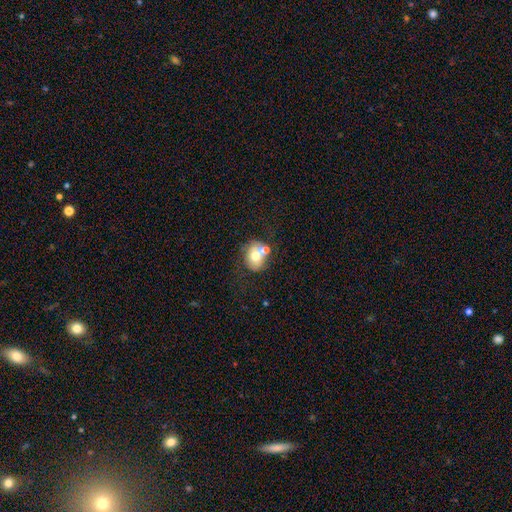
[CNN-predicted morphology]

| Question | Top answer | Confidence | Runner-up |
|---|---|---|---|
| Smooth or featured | smooth | 62% | featured or disk (28%) |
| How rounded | in between | 50% | round (49%) |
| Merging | merger | 41% | none (38%) |